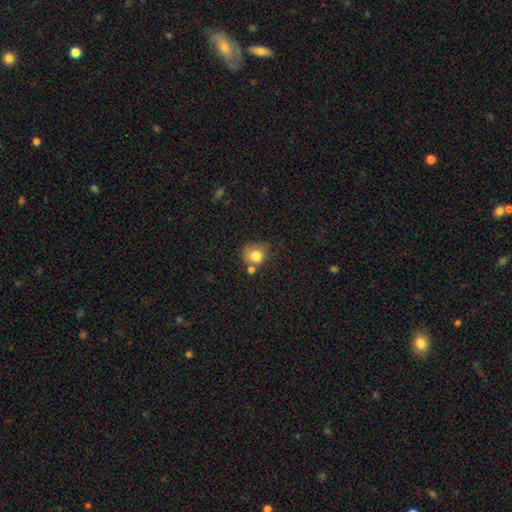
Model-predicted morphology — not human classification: A smooth galaxy with no disk features (80%) that is round (72%). Merging: none (51%).